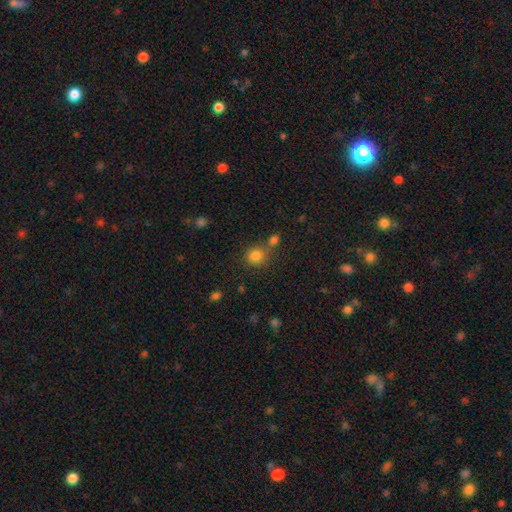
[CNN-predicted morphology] A smooth galaxy with no disk features (82%) that is round (87%).

Vote fractions:
- Smooth or featured? smooth: 82% / star or artifact: 12% / featured or disk: 6%
- How rounded? round: 87% / in between: 12% / cigar-shaped: 1%
- Merging? none: 64% / merger: 22% / minor disturbance: 10% / major disturbance: 4%